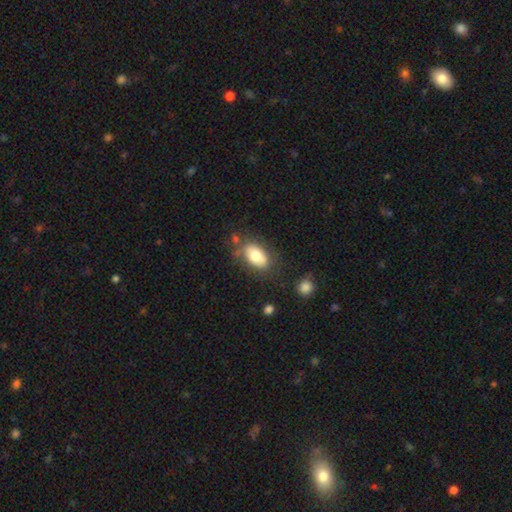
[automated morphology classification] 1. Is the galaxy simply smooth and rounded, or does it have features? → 77% smooth, 16% featured or disk, 7% star or artifact.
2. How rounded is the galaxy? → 91% in between, 7% round, 2% cigar-shaped.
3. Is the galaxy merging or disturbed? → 68% none, 19% minor disturbance, 7% merger, 6% major disturbance.